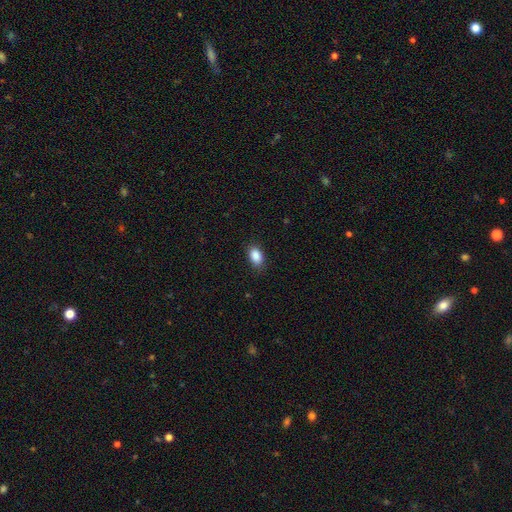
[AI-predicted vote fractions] The model was most divided on "merging": none: 85%, minor disturbance: 12%, major disturbance: 3%, merger: 1%. More confident: how rounded — in between (89%); smooth or featured — smooth (89%).